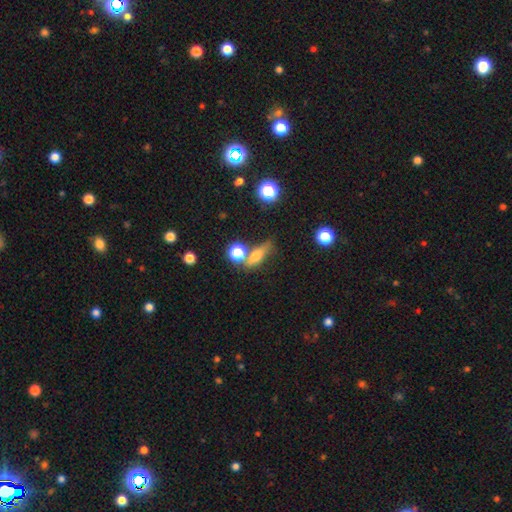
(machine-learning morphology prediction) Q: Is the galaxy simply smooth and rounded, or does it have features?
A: smooth — 61%.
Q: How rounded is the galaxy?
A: in between — 48%.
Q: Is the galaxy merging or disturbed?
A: none — 58%.